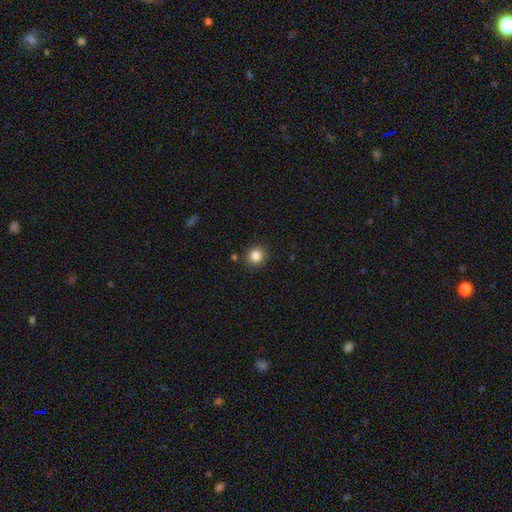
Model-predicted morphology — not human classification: Q: Smooth or featured?
A: smooth (84%); runner-up: star or artifact (11%)
Q: How rounded?
A: round (88%); runner-up: in between (11%)
Q: Merging?
A: none (89%); runner-up: minor disturbance (7%)